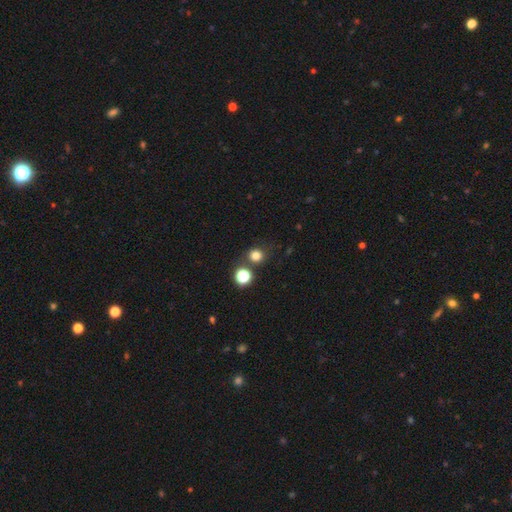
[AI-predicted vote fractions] Smooth or featured: smooth — 78% (star or artifact — 17%)
How rounded: round — 85% (in between — 14%)
Merging: none — 77% (merger — 11%)